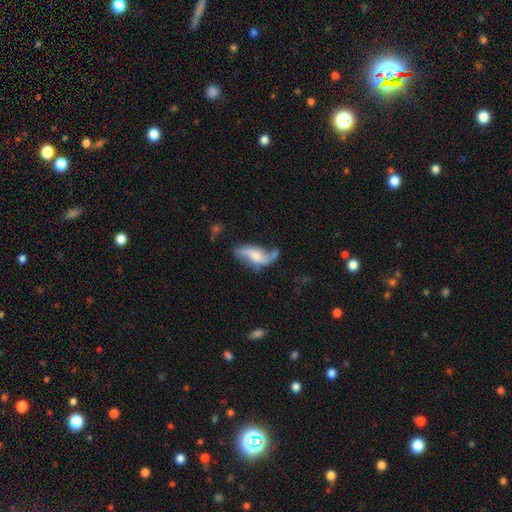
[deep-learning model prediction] featured or disk 68%, smooth 25%, star or artifact 7%. Down the decision tree: edge-on disk — no (91%); bar — no (48%); spiral arms — yes (90%); spiral arm count — 2 (89%); spiral winding — loose (78%); bulge size — moderate (42%); merging — none (54%).